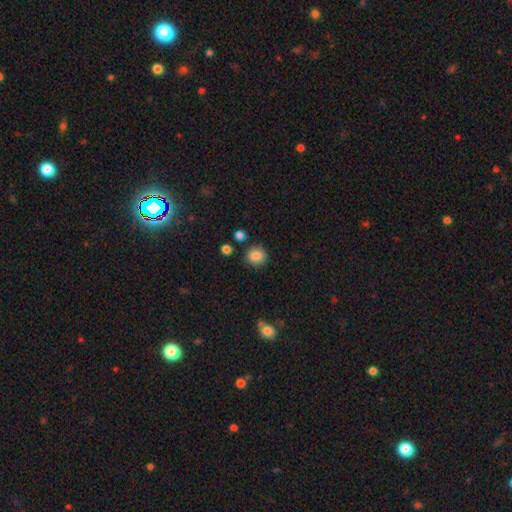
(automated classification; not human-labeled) Smooth or featured? Predicted: smooth (p=0.86). How rounded? Predicted: round (p=0.86). Merging? Predicted: none (p=0.85).